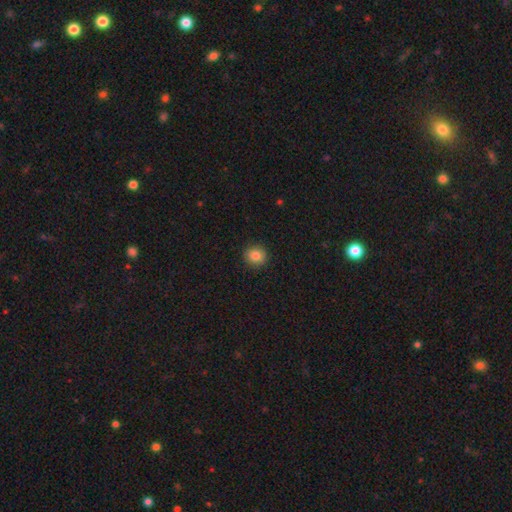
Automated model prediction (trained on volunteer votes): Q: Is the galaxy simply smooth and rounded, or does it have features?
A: smooth — 84%.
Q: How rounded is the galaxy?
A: round — 86%.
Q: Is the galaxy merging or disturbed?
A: none — 91%.